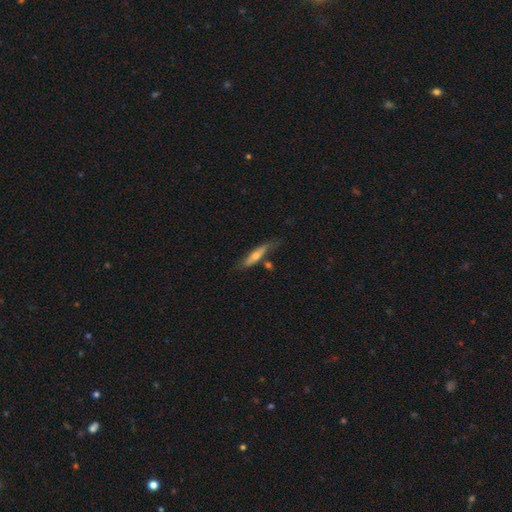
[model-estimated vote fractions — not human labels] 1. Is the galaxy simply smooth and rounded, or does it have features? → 50% smooth, 44% featured or disk, 6% star or artifact.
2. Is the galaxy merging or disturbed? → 58% none, 24% minor disturbance, 10% merger, 8% major disturbance.